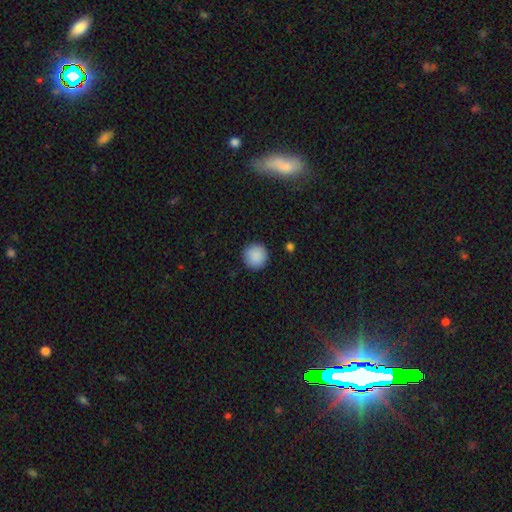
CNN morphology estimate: smooth-or-featured: smooth: 89% | star or artifact: 8% | featured or disk: 3%
  how-rounded: round: 96% | in between: 3% | cigar-shaped: 1%
  merging: none: 92% | minor disturbance: 5% | major disturbance: 2% | merger: 1%